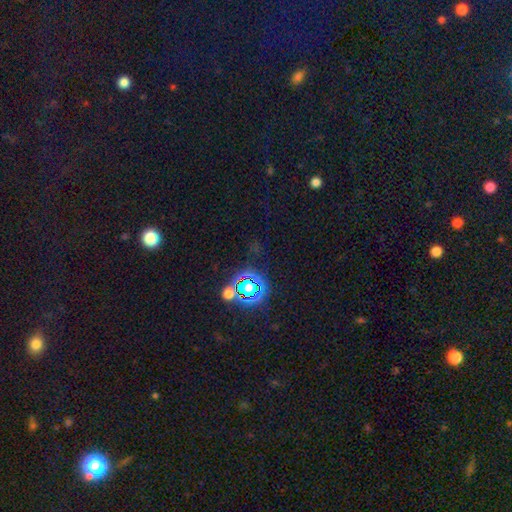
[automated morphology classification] Smooth or featured? star or artifact (75%)